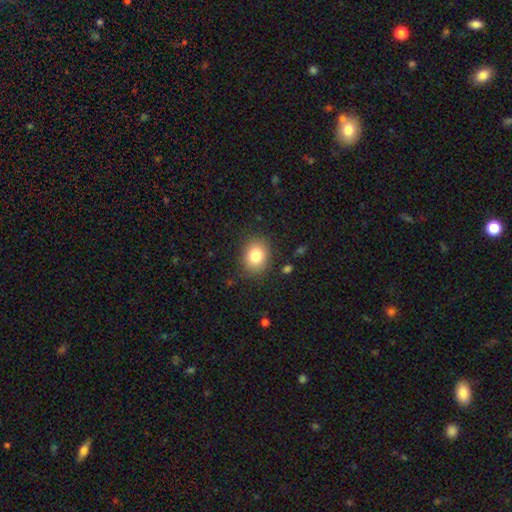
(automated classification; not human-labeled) Overall: smooth (81%). How rounded: round (58%; in between 41%). Merging: none (85%).